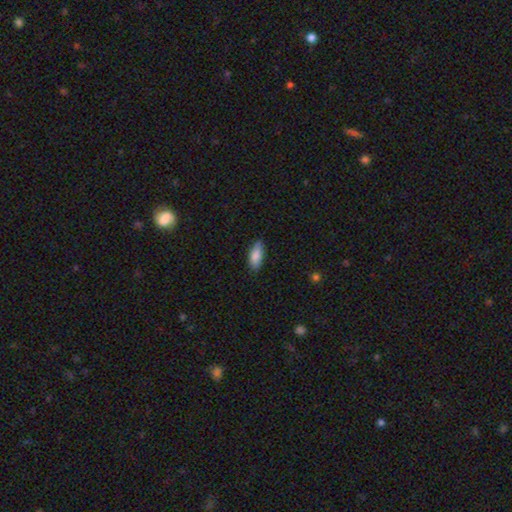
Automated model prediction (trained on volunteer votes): Smooth or featured? smooth (87%)
How rounded? in between (83%)
Merging? none (84%)